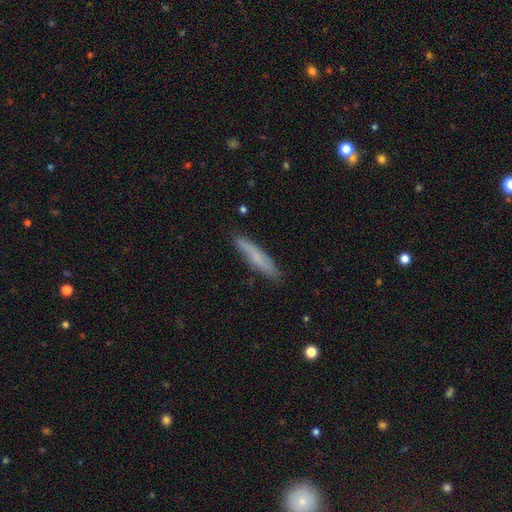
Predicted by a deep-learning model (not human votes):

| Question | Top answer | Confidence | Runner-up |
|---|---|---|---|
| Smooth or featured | smooth | 64% | featured or disk (28%) |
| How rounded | cigar-shaped | 89% | in between (10%) |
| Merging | none | 83% | minor disturbance (13%) |